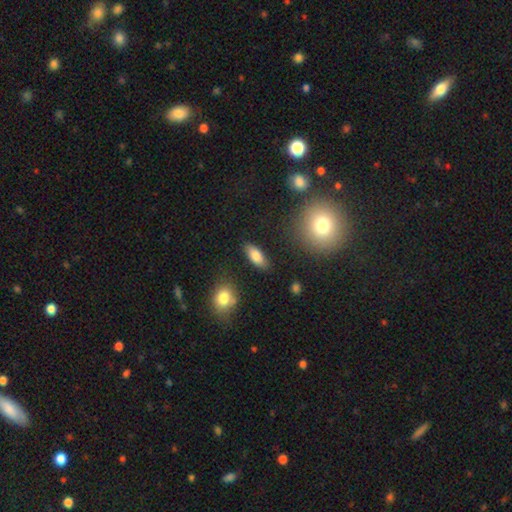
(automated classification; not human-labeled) Q: Smooth or featured?
A: smooth (80%); runner-up: featured or disk (12%)
Q: How rounded?
A: in between (80%); runner-up: cigar-shaped (17%)
Q: Merging?
A: none (86%); runner-up: minor disturbance (10%)